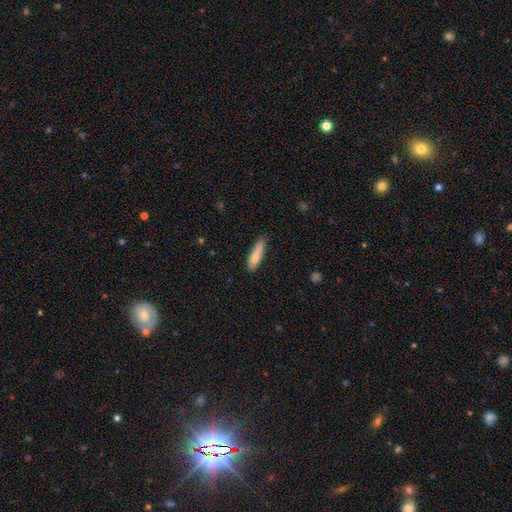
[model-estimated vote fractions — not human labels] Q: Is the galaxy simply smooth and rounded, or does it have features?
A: smooth — 84%.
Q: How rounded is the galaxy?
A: cigar-shaped — 72%.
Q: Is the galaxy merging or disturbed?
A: none — 79%.